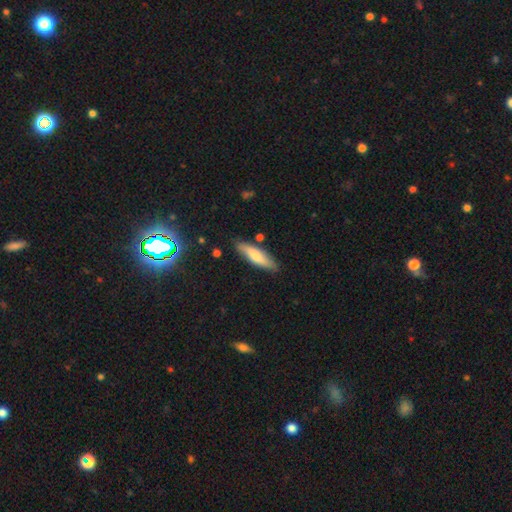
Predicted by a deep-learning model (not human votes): A smooth galaxy with no disk features (70%) that is cigar-shaped (63%).

Vote fractions:
- Smooth or featured? smooth: 70% / featured or disk: 24% / star or artifact: 6%
- How rounded? cigar-shaped: 63% / in between: 35% / round: 2%
- Merging? none: 82% / minor disturbance: 13% / merger: 3% / major disturbance: 2%